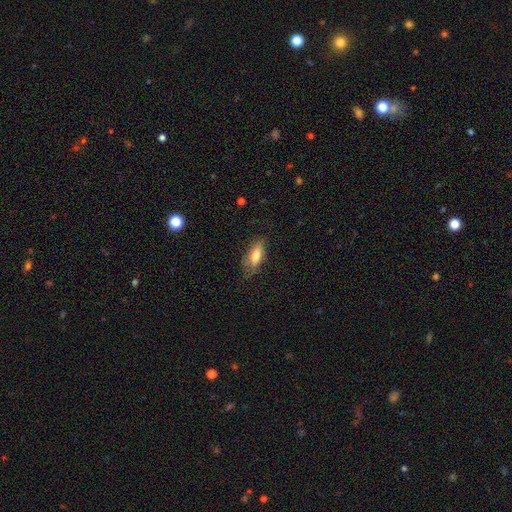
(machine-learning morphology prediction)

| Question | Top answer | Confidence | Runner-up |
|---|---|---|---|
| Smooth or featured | smooth | 72% | featured or disk (21%) |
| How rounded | in between | 70% | cigar-shaped (28%) |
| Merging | none | 66% | minor disturbance (25%) |